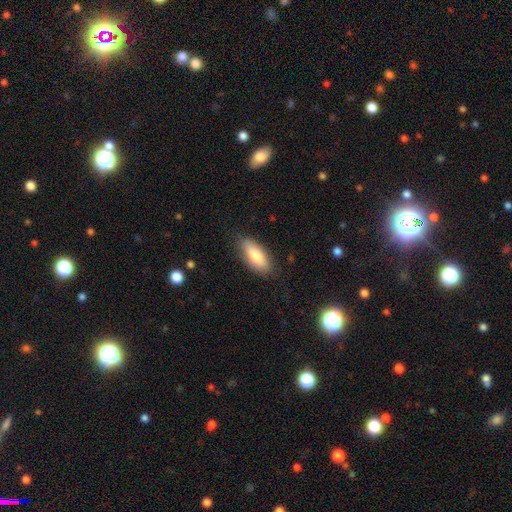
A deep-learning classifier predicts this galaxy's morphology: smooth_or_featured: smooth (p=0.79) [alt: featured or disk p=0.15]
how_rounded: in between (p=0.82) [alt: cigar-shaped p=0.16]
merging: none (p=0.82) [alt: minor disturbance p=0.14]